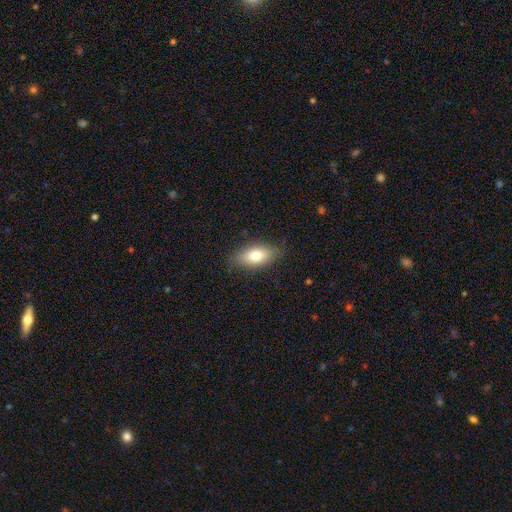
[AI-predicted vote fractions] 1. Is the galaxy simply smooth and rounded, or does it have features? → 77% smooth, 16% featured or disk, 7% star or artifact.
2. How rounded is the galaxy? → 87% in between, 8% cigar-shaped, 5% round.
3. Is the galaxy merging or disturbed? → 84% none, 13% minor disturbance, 3% major disturbance, 1% merger.